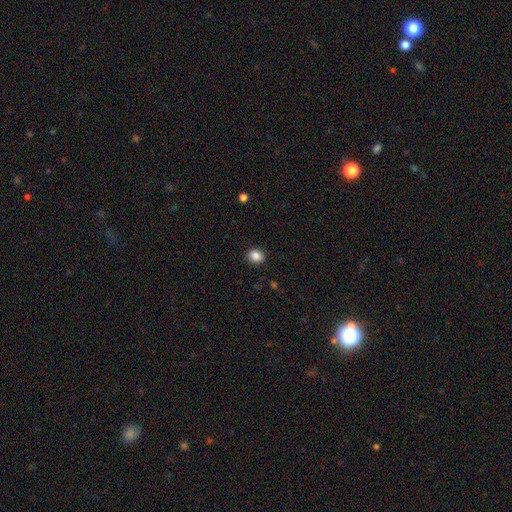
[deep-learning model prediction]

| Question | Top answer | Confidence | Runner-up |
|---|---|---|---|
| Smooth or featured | smooth | 87% | star or artifact (10%) |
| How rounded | round | 64% | in between (35%) |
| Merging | none | 90% | minor disturbance (7%) |